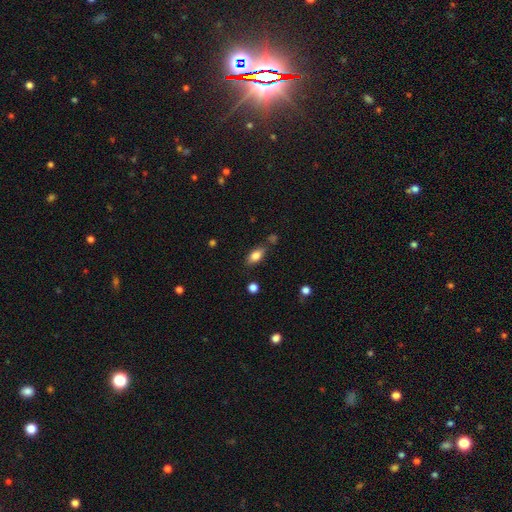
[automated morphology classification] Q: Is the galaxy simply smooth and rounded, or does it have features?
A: smooth — 78%.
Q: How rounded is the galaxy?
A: in between — 86%.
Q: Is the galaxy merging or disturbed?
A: none — 76%.